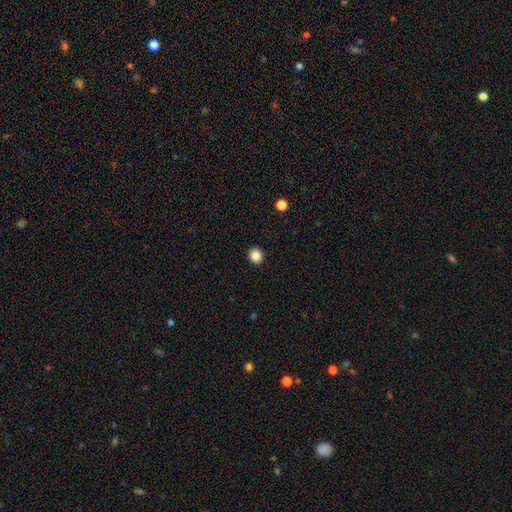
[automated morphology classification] Smooth or featured?
  - smooth: 87% *
  - star or artifact: 10%
  - featured or disk: 3%
How rounded?
  - round: 76% *
  - in between: 23%
  - cigar-shaped: 1%
Merging?
  - none: 92% *
  - minor disturbance: 5%
  - major disturbance: 2%
  - merger: 1%